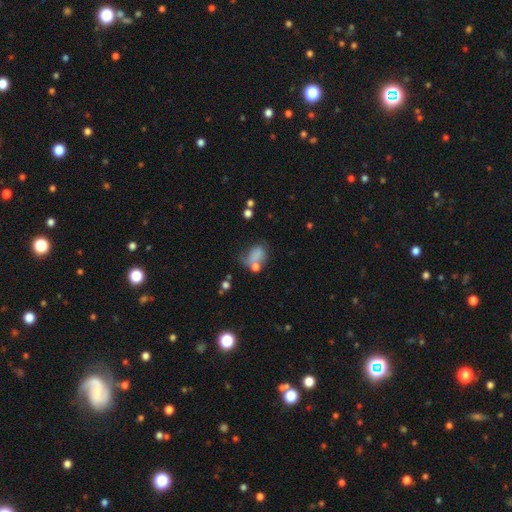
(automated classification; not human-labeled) Q: Smooth or featured?
A: smooth (70%); runner-up: featured or disk (17%)
Q: How rounded?
A: in between (74%); runner-up: round (24%)
Q: Merging?
A: none (28%); runner-up: major disturbance (26%)